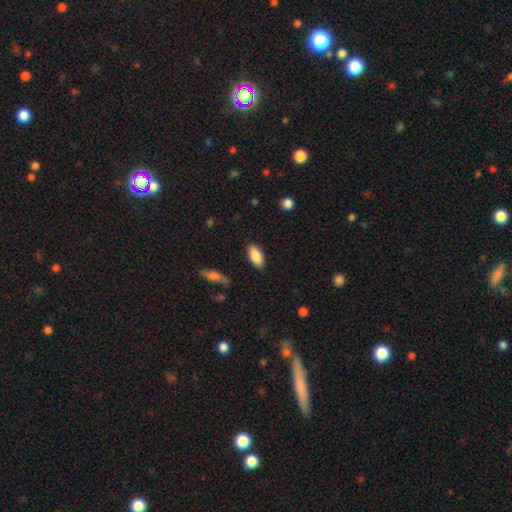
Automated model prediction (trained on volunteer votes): Smooth or featured? smooth (85%)
How rounded? in between (89%)
Merging? none (87%)